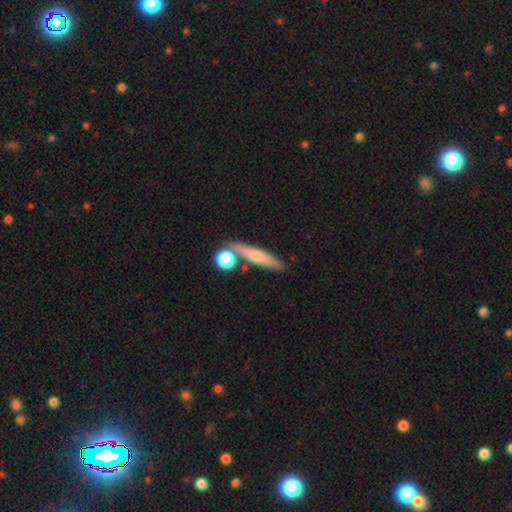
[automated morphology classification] This is possibly a smooth galaxy (57%). How rounded: likely cigar-shaped (76%). Merging: likely none (72%).